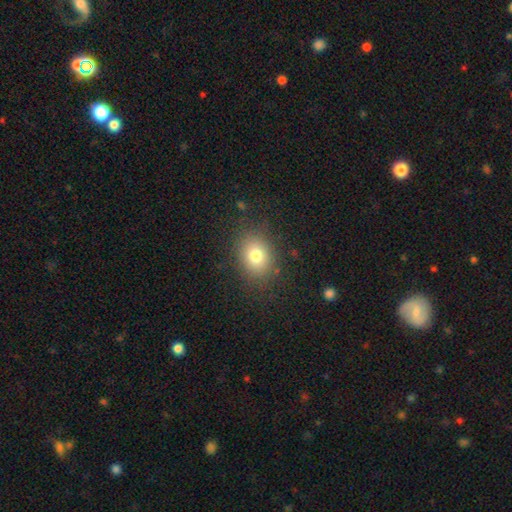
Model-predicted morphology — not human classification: The model was most divided on "how rounded": in between: 51%, round: 48%, cigar-shaped: 1%. More confident: merging — none (83%); smooth or featured — smooth (78%).